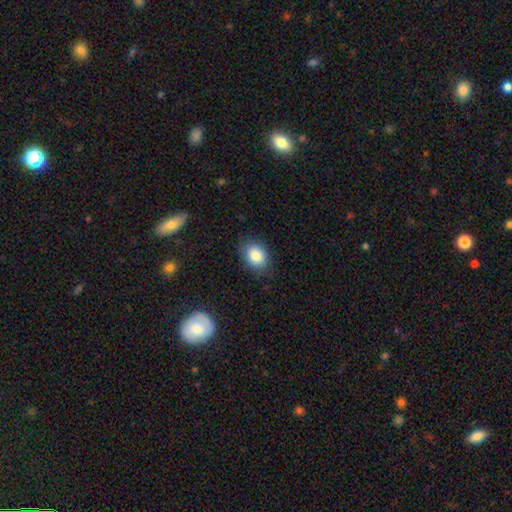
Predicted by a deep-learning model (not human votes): Smooth or featured?
  - smooth: 85% *
  - star or artifact: 9%
  - featured or disk: 7%
How rounded?
  - in between: 65% *
  - round: 34%
  - cigar-shaped: 1%
Merging?
  - none: 83% *
  - minor disturbance: 13%
  - major disturbance: 3%
  - merger: 1%